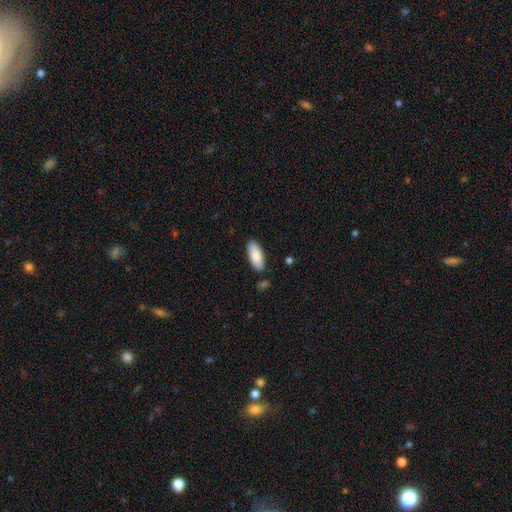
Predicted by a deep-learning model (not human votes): smooth_or_featured: smooth (p=0.86) [alt: featured or disk p=0.08]
how_rounded: in between (p=0.83) [alt: cigar-shaped p=0.15]
merging: none (p=0.86) [alt: minor disturbance p=0.10]